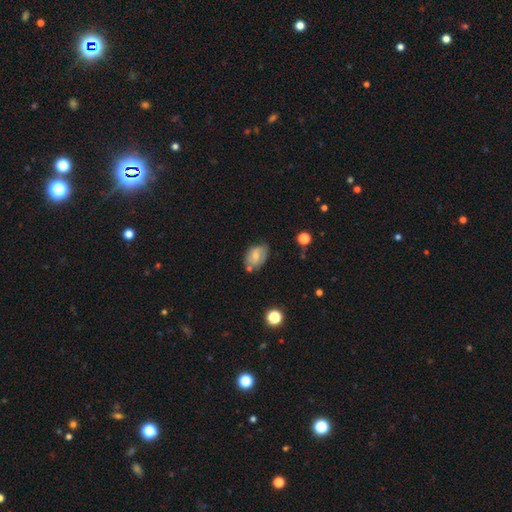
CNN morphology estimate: smooth_or_featured: smooth (p=0.55) [alt: featured or disk p=0.36]
how_rounded: in between (p=0.83) [alt: round p=0.16]
merging: none (p=0.60) [alt: minor disturbance p=0.25]